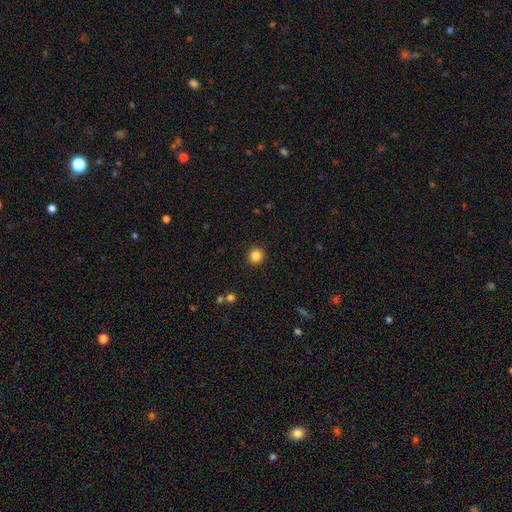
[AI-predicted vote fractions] The model was most divided on "smooth or featured": smooth: 85%, star or artifact: 11%, featured or disk: 4%. More confident: merging — none (92%); how rounded — round (92%).